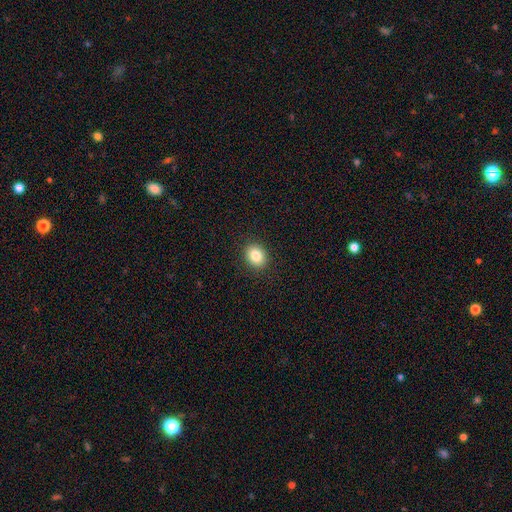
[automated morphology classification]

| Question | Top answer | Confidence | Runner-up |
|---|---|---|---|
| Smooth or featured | smooth | 85% | star or artifact (10%) |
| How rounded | in between | 50% | round (49%) |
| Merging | none | 90% | minor disturbance (7%) |